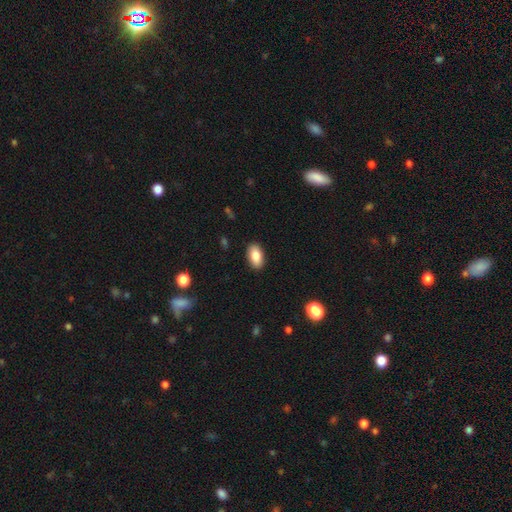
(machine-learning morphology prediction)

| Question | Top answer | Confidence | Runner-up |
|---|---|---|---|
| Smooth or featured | smooth | 86% | featured or disk (7%) |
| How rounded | in between | 93% | round (4%) |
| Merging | none | 89% | minor disturbance (8%) |